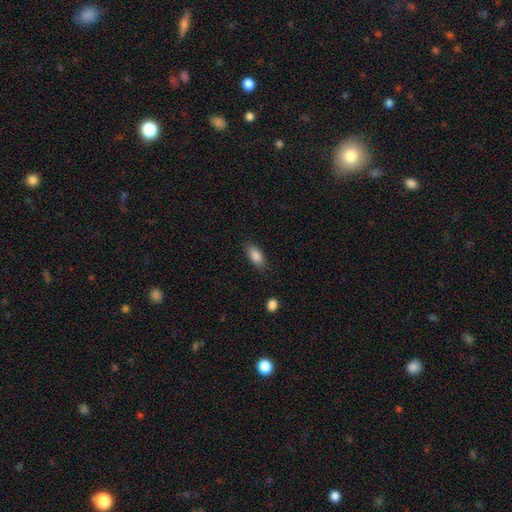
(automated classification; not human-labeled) Smooth or featured?
  - smooth: 87% *
  - star or artifact: 7%
  - featured or disk: 6%
How rounded?
  - in between: 87% *
  - cigar-shaped: 10%
  - round: 3%
Merging?
  - none: 83% *
  - minor disturbance: 12%
  - major disturbance: 3%
  - merger: 2%